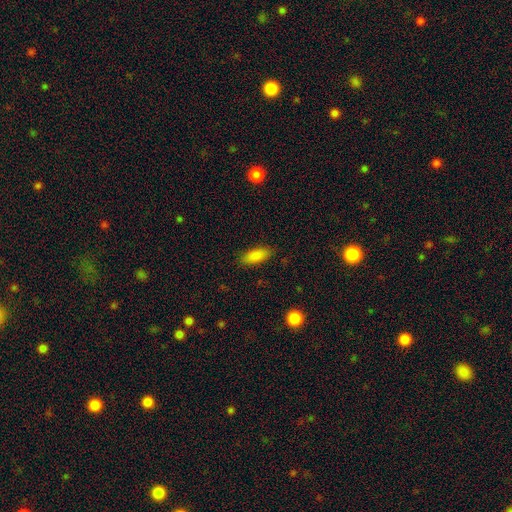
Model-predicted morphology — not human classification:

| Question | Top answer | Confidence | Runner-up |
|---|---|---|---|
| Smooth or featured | smooth | 87% | star or artifact (7%) |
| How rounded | in between | 80% | cigar-shaped (18%) |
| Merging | none | 87% | minor disturbance (10%) |